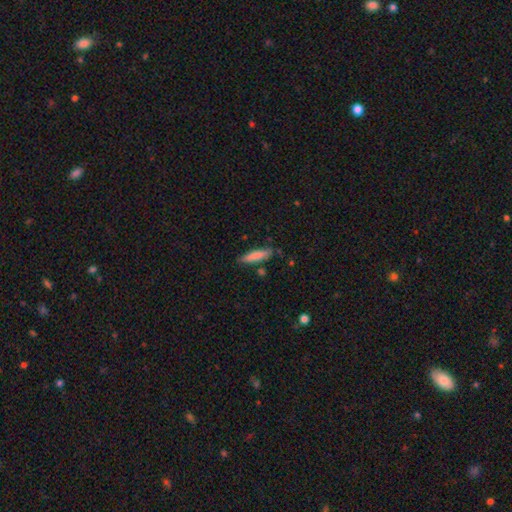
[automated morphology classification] smooth_or_featured: smooth (p=0.80) [alt: featured or disk p=0.14]
how_rounded: cigar-shaped (p=0.79) [alt: in between p=0.20]
merging: none (p=0.79) [alt: minor disturbance p=0.14]